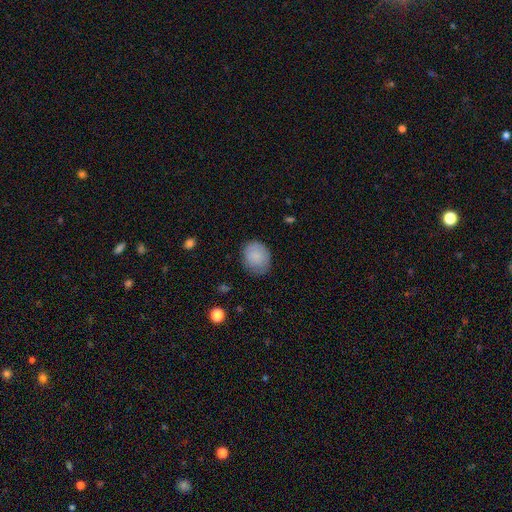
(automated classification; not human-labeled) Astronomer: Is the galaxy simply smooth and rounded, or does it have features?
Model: smooth — 85%.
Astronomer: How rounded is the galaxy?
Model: round — 51% (runner-up: in between, 48%).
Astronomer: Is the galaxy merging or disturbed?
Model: none — 75%.